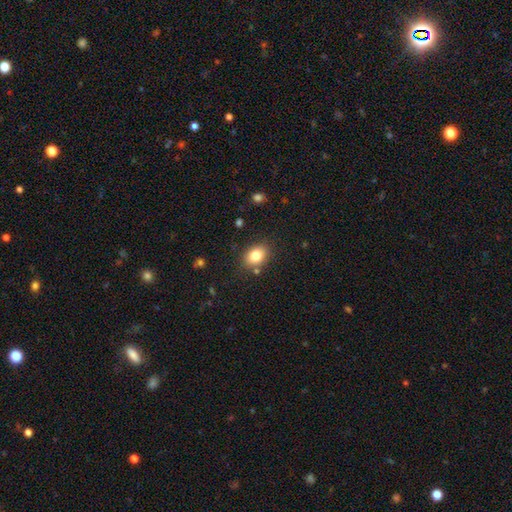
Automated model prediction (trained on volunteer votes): This is clearly a smooth galaxy (82%). How rounded: likely in between (69%). Merging: clearly none (83%).